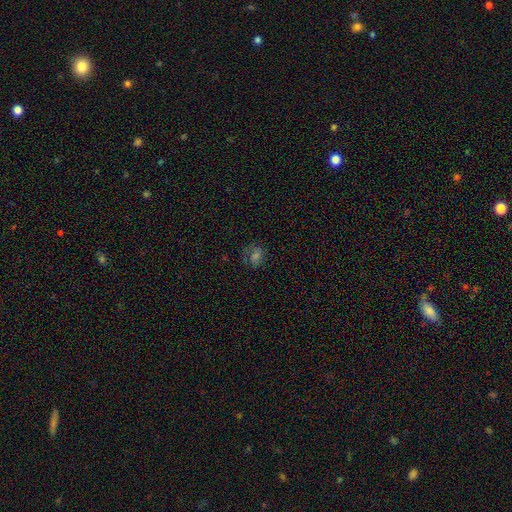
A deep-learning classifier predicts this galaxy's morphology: Q: Smooth or featured?
A: smooth (40%); runner-up: featured or disk (37%)
Q: Merging?
A: none (65%); runner-up: minor disturbance (18%)